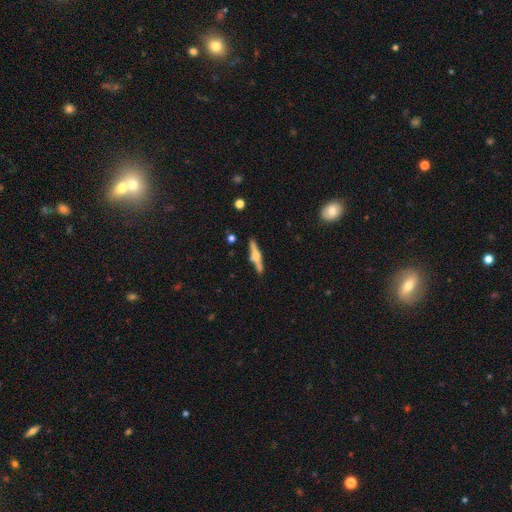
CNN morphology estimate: smooth_or_featured: featured or disk (p=0.66) [alt: smooth p=0.28]
disk_edge_on: yes (p=0.97) [alt: no p=0.03]
edge_on_bulge: rounded (p=0.86) [alt: boxy p=0.09]
merging: none (p=0.84) [alt: minor disturbance p=0.10]